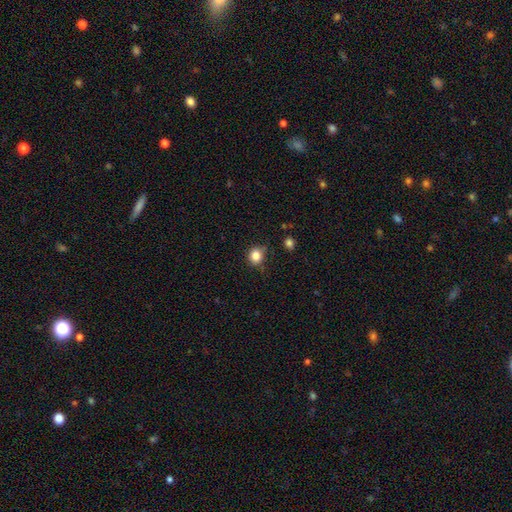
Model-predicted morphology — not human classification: Overall: smooth (83%). How rounded: round (79%). Merging: none (70%).